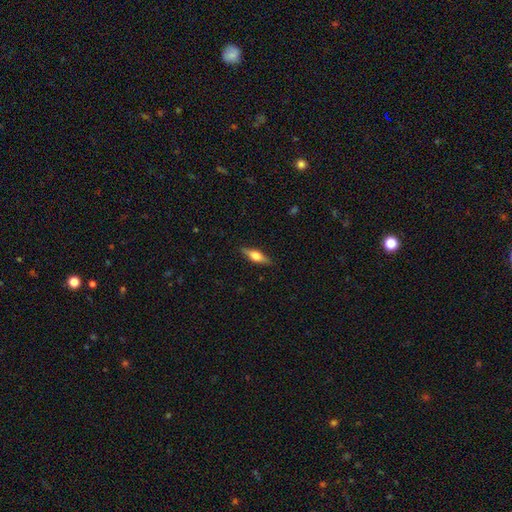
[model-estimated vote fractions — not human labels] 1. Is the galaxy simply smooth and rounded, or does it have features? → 54% featured or disk, 39% smooth, 6% star or artifact.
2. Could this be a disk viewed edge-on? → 95% yes, 5% no.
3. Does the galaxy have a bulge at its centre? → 91% rounded, 7% boxy, 2% none.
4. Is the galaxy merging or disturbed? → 87% none, 10% minor disturbance, 2% major disturbance, 1% merger.